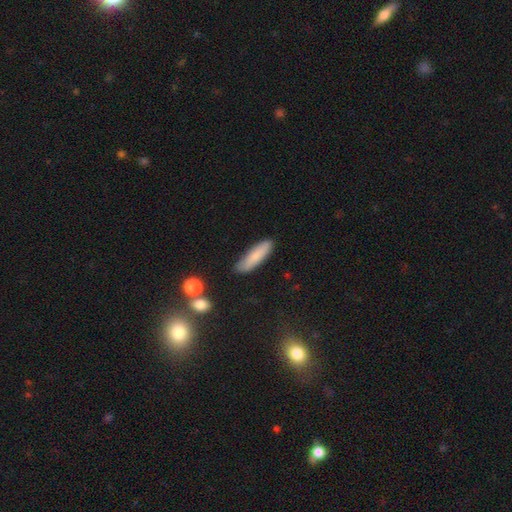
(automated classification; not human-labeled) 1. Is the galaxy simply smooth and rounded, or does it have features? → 80% smooth, 14% featured or disk, 7% star or artifact.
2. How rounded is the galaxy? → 68% cigar-shaped, 31% in between, 2% round.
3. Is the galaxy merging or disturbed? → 86% none, 10% minor disturbance, 2% major disturbance, 2% merger.